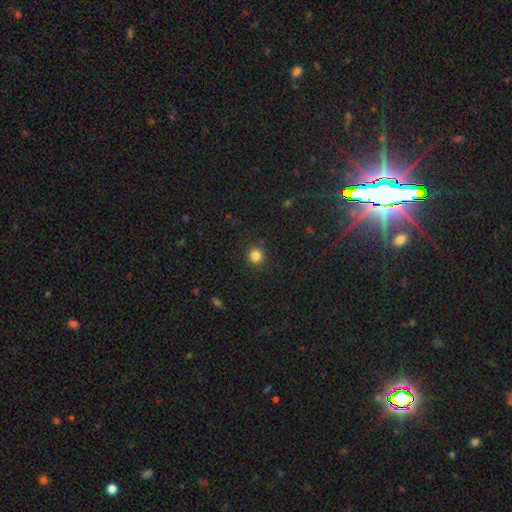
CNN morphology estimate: This is clearly a smooth galaxy (84%). How rounded: clearly round (94%). Merging: clearly none (91%).